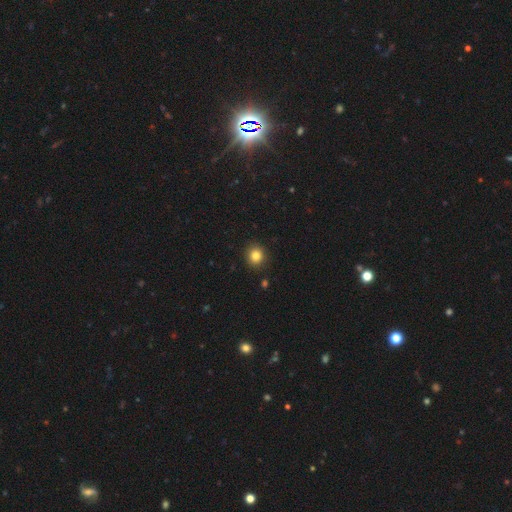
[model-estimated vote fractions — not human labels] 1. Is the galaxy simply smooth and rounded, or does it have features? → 83% smooth, 11% star or artifact, 5% featured or disk.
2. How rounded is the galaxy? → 87% round, 12% in between, 1% cigar-shaped.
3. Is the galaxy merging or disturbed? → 91% none, 6% minor disturbance, 2% major disturbance, 1% merger.